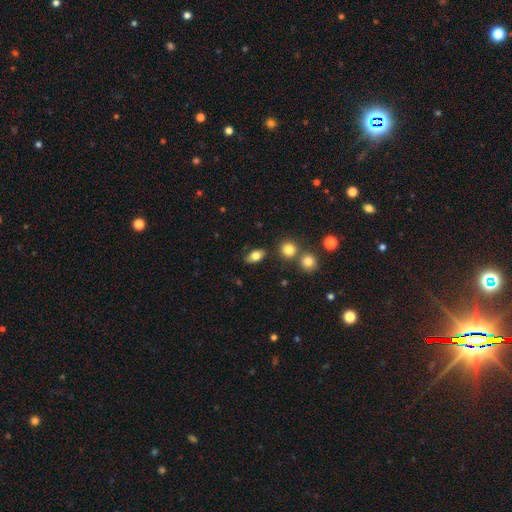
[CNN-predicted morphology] Smooth or featured? smooth (80%)
How rounded? in between (85%)
Merging? none (81%)